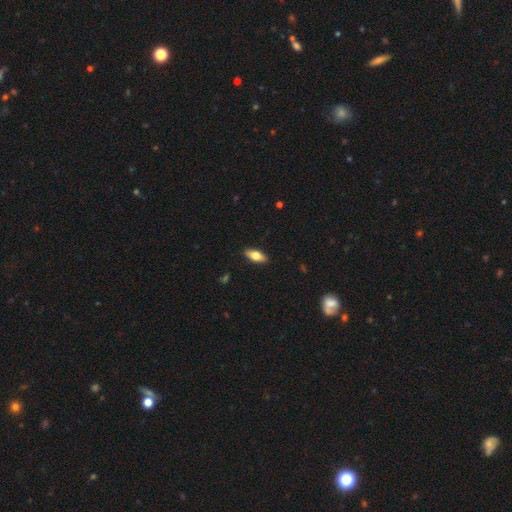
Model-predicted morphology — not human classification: Smooth or featured?
  - smooth: 75% *
  - featured or disk: 19%
  - star or artifact: 6%
How rounded?
  - in between: 83% *
  - cigar-shaped: 14%
  - round: 3%
Merging?
  - none: 89% *
  - minor disturbance: 8%
  - major disturbance: 2%
  - merger: 1%